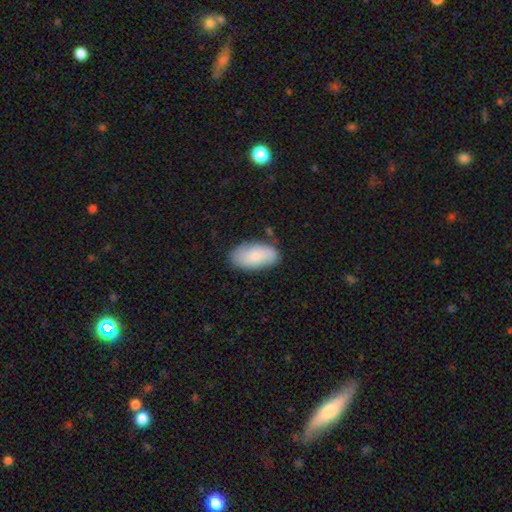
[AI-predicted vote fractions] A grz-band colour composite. It shows a smooth galaxy with no disk features (82%) that is in between round and cigar-shaped (94%). Merging: none (79%).